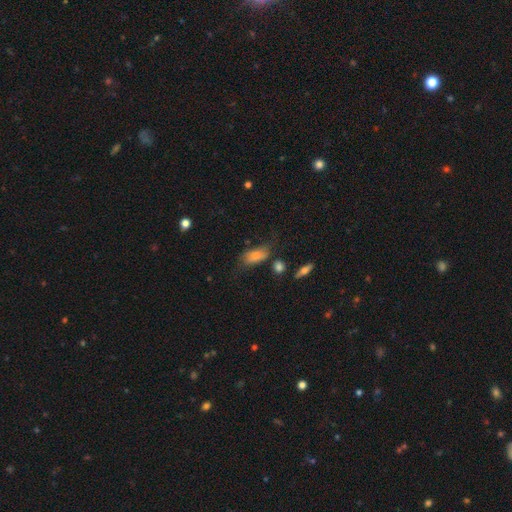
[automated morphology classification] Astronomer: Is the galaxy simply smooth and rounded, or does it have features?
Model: smooth — 73%.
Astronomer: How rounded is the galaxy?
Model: in between — 87%.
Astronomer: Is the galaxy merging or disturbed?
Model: none — 44% (runner-up: minor disturbance, 33%).